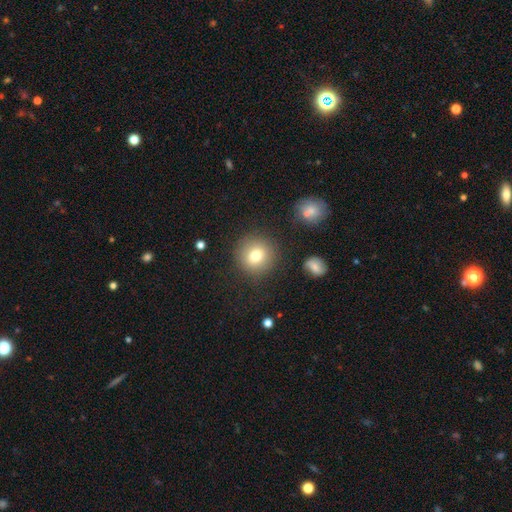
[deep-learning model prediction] smooth-or-featured: smooth: 78% | featured or disk: 11% | star or artifact: 11%
  how-rounded: round: 91% | in between: 8% | cigar-shaped: 1%
  merging: none: 86% | minor disturbance: 8% | major disturbance: 3% | merger: 2%